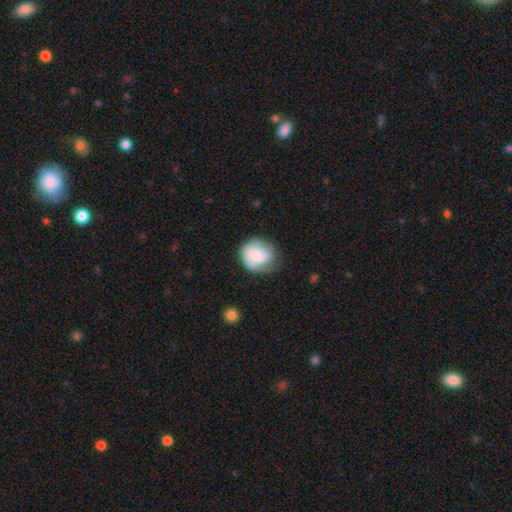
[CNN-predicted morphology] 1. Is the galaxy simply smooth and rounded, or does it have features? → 51% featured or disk, 42% smooth, 7% star or artifact.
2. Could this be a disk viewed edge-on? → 98% no, 2% yes.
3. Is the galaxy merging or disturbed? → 57% none, 27% minor disturbance, 15% major disturbance, 2% merger.